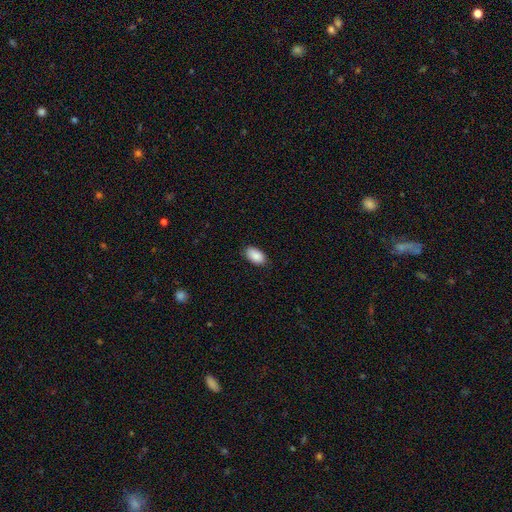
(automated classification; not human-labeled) This appears to be a smooth galaxy with no disk features (89%) that is in between round and cigar-shaped (94%). Merging: none (86%).